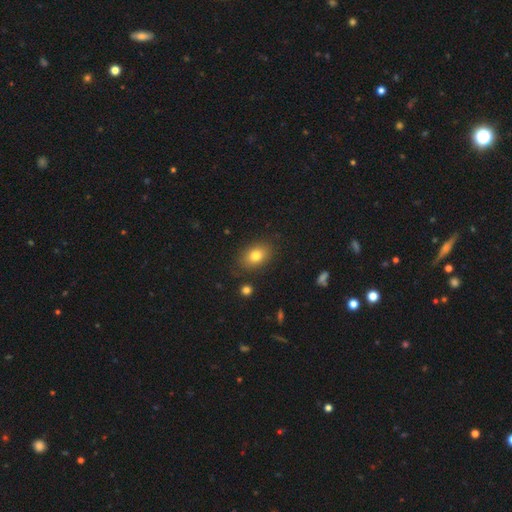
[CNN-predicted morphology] Smooth or featured? Predicted: smooth (p=0.79). How rounded? Predicted: in between (p=0.77). Merging? Predicted: none (p=0.85).